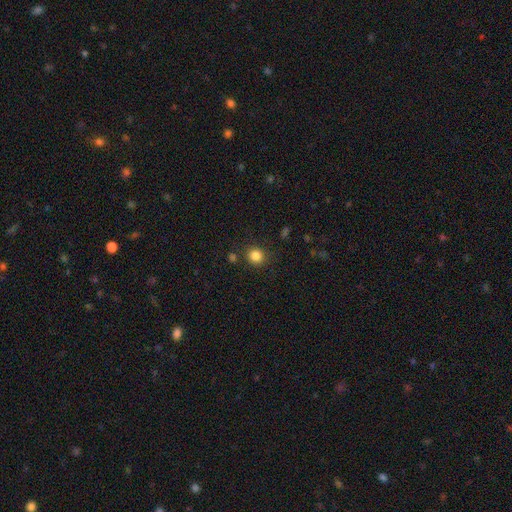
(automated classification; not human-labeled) smooth 84%, star or artifact 12%, featured or disk 4%. Down the decision tree: how rounded — round (87%); merging — none (86%).